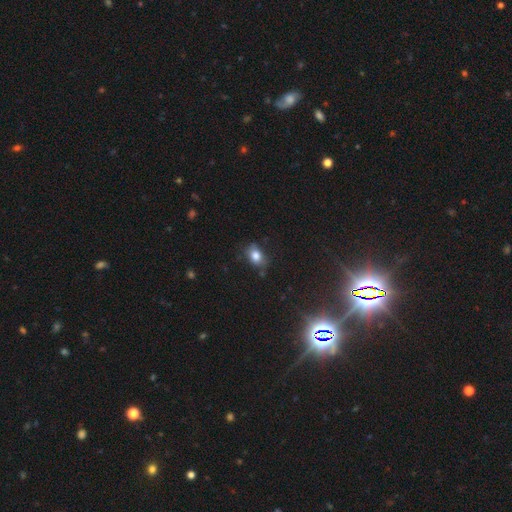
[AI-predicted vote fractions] Smooth or featured?
  - smooth: 81% *
  - star or artifact: 10%
  - featured or disk: 9%
How rounded?
  - in between: 71% *
  - round: 27%
  - cigar-shaped: 2%
Merging?
  - none: 71% *
  - minor disturbance: 21%
  - major disturbance: 5%
  - merger: 3%